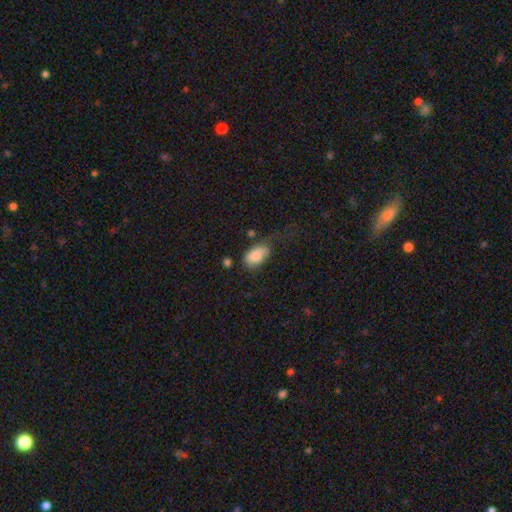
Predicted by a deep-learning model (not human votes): Morphology: type=smooth (85%); roundness=in between (93%); merging=none (43%).